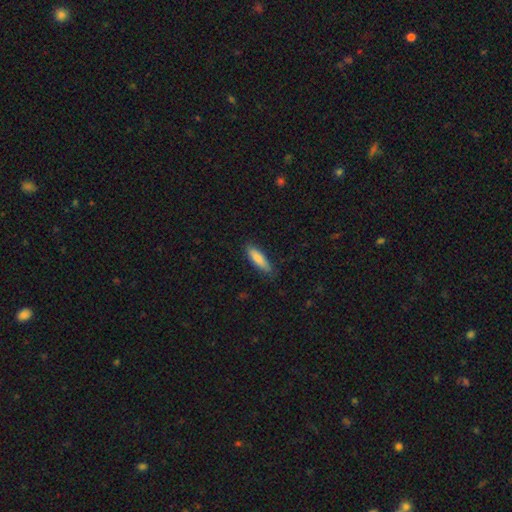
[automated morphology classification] A smooth galaxy with no disk features (81%) that is cigar-shaped (67%). Merging: none (84%).